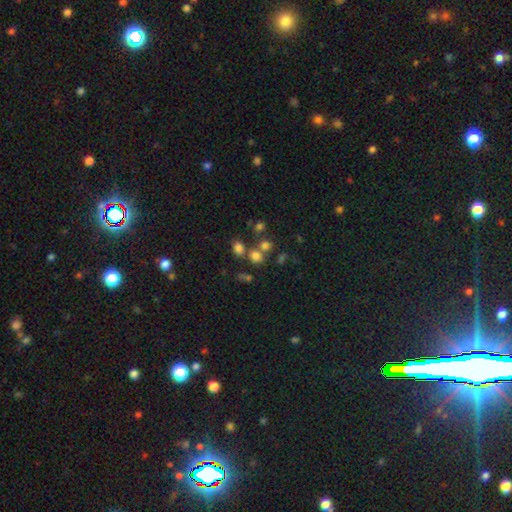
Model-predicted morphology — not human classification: Smooth or featured: smooth — 71% (star or artifact — 20%)
How rounded: round — 67% (in between — 32%)
Merging: none — 58% (merger — 28%)